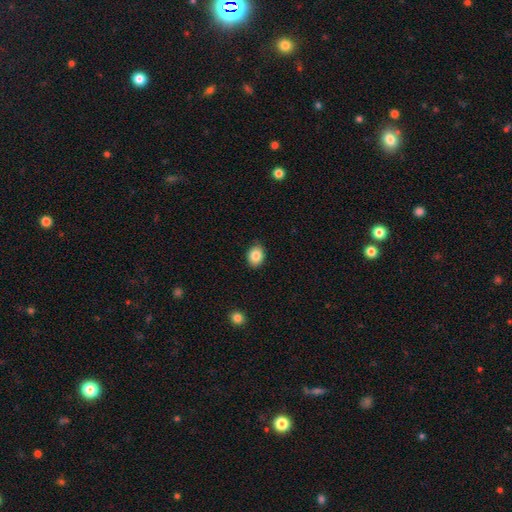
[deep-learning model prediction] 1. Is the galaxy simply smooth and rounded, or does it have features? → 85% smooth, 9% star or artifact, 6% featured or disk.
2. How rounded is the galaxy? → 55% in between, 45% round, 1% cigar-shaped.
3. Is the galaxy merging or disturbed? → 86% none, 11% minor disturbance, 2% major disturbance, 1% merger.